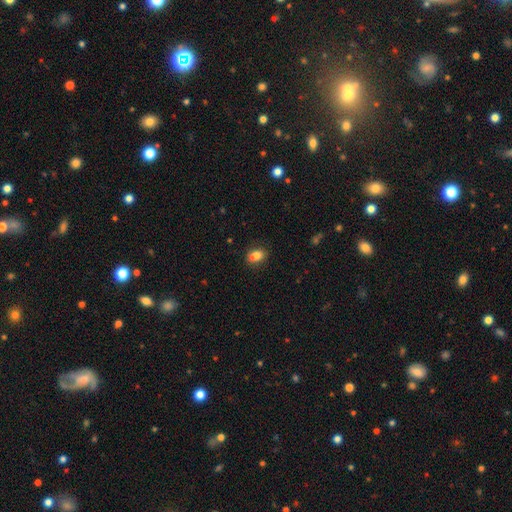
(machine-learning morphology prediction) smooth 83%, star or artifact 10%, featured or disk 7%. Down the decision tree: how rounded — in between (79%); merging — none (72%).